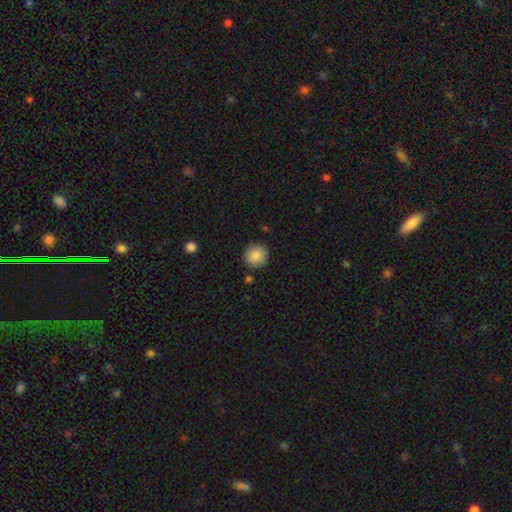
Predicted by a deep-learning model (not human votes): The model was most divided on "smooth or featured": smooth: 87%, star or artifact: 8%, featured or disk: 5%. More confident: how rounded — round (92%); merging — none (89%).